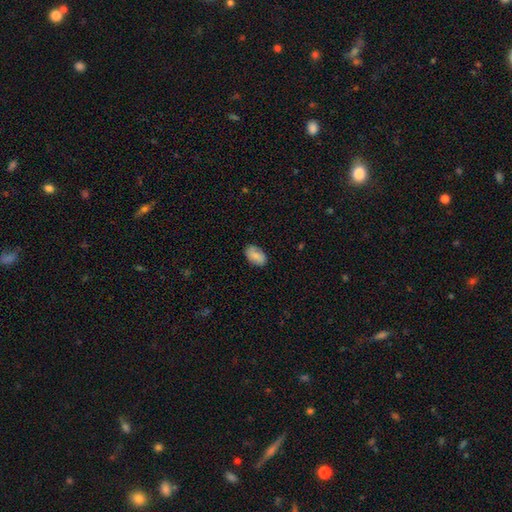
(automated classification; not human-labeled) Smooth or featured? Predicted: smooth (p=0.85). How rounded? Predicted: in between (p=0.93). Merging? Predicted: none (p=0.83).